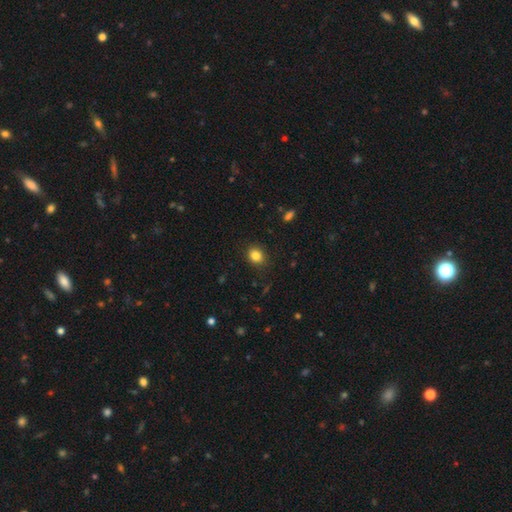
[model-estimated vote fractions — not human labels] Overall: smooth (84%). How rounded: round (61%; in between 38%). Merging: none (88%).